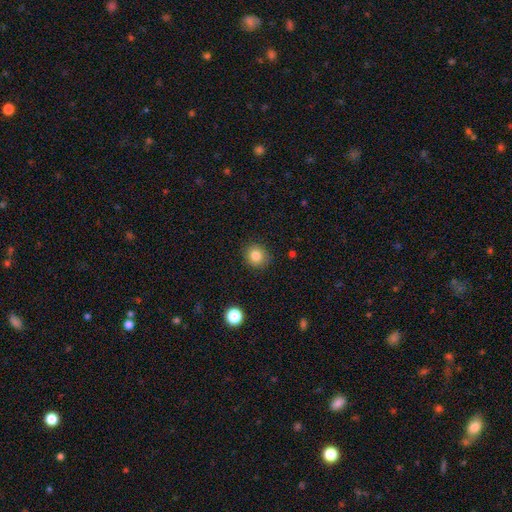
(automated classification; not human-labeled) smooth-or-featured: smooth: 83% | star or artifact: 11% | featured or disk: 6%
  how-rounded: round: 87% | in between: 12% | cigar-shaped: 1%
  merging: none: 88% | minor disturbance: 8% | major disturbance: 2% | merger: 1%